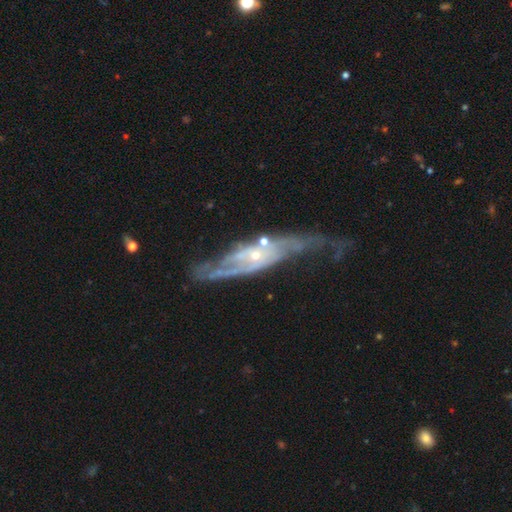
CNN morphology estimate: Smooth or featured: featured or disk — 84% (smooth — 10%)
Edge-on disk: no — 80% (yes — 20%)
Bar: no — 67% (weak — 24%)
Spiral arms: yes — 86% (no — 14%)
Spiral winding: medium — 41% (tight — 32%)
Spiral arm count: 2 — 60% (can't tell — 24%)
Bulge size: small — 71% (moderate — 24%)
Merging: none — 45% (major disturbance — 23%)